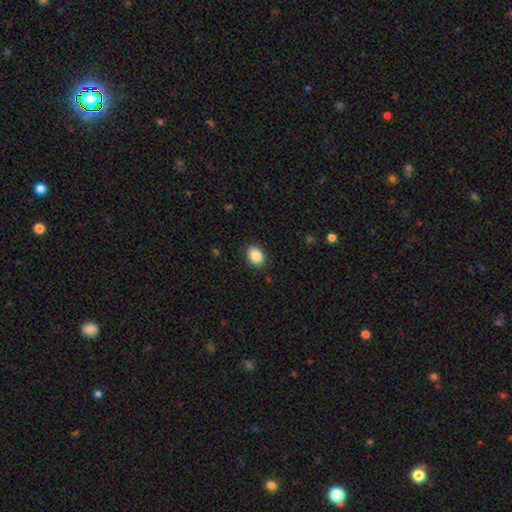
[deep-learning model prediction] Smooth or featured? smooth (88%)
How rounded? in between (72%)
Merging? none (89%)